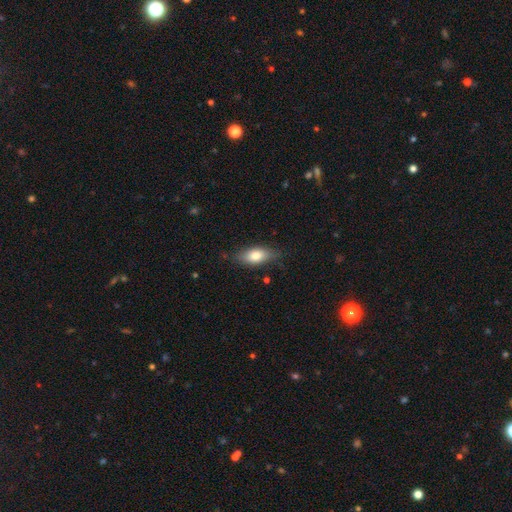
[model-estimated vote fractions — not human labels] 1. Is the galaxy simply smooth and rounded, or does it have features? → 76% smooth, 17% featured or disk, 7% star or artifact.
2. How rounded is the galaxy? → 83% in between, 12% cigar-shaped, 5% round.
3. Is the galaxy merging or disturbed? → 77% none, 18% minor disturbance, 3% major disturbance, 1% merger.